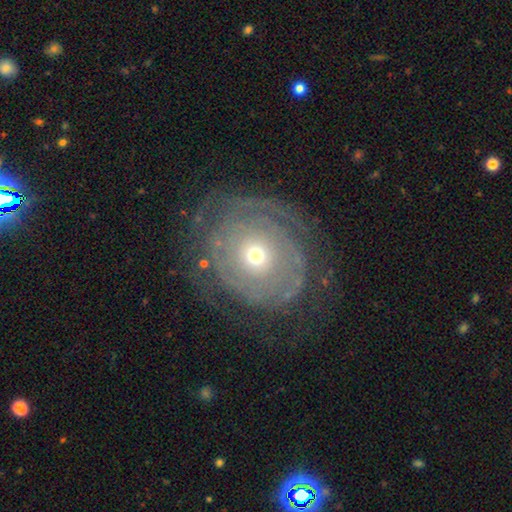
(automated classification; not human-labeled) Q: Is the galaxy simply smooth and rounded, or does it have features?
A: featured or disk — 74%.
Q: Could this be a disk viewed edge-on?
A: no — 96%.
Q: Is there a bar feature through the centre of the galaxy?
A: no — 85%.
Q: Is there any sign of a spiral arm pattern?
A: yes — 75%.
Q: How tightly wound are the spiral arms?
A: tight — 68%.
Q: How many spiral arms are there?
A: can't tell — 39%.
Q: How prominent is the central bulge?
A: small — 52%.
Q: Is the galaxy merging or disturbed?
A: none — 61%.